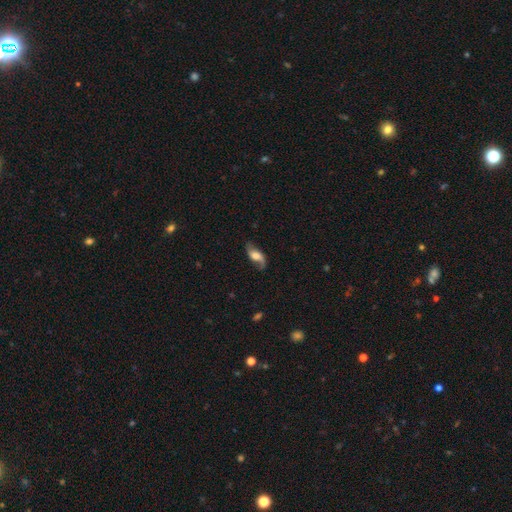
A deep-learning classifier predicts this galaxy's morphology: Smooth or featured? Predicted: featured or disk (p=0.63). Edge-on disk? Predicted: no (p=0.89). Bar? Predicted: no (p=0.54). Spiral arms? Predicted: yes (p=0.91). Spiral winding? Predicted: loose (p=0.72). Spiral arm count? Predicted: 2 (p=0.85). Bulge size? Predicted: large (p=0.39). Merging? Predicted: none (p=0.70).